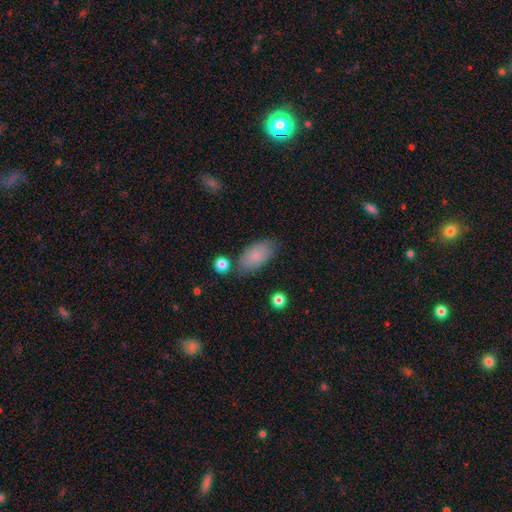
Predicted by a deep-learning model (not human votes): Q: Smooth or featured?
A: smooth (76%); runner-up: featured or disk (16%)
Q: How rounded?
A: in between (92%); runner-up: round (5%)
Q: Merging?
A: none (69%); runner-up: minor disturbance (21%)